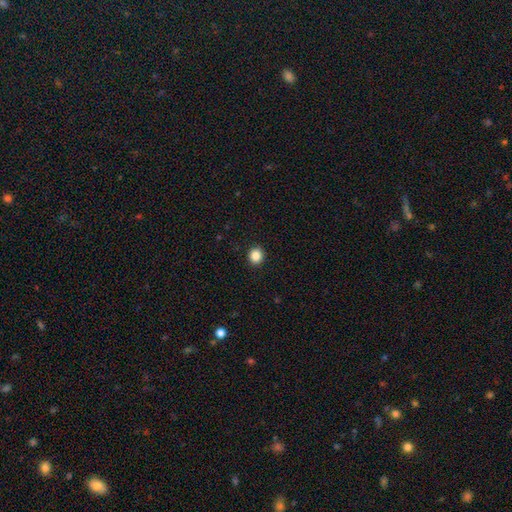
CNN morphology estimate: Q: Smooth or featured?
A: smooth (86%); runner-up: star or artifact (10%)
Q: How rounded?
A: round (85%); runner-up: in between (14%)
Q: Merging?
A: none (92%); runner-up: minor disturbance (5%)